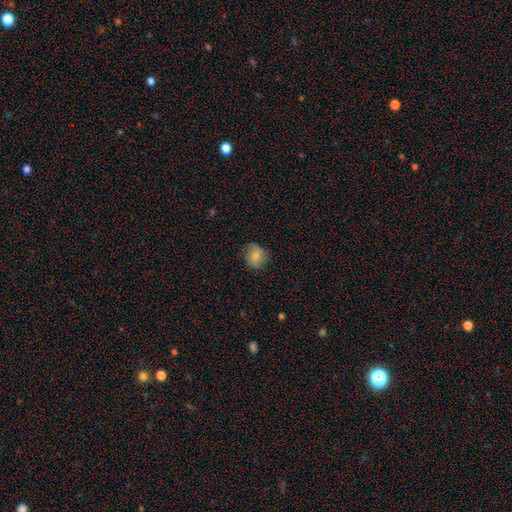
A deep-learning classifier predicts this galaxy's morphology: type=smooth (72%); roundness=round (79%); merging=none (71%).